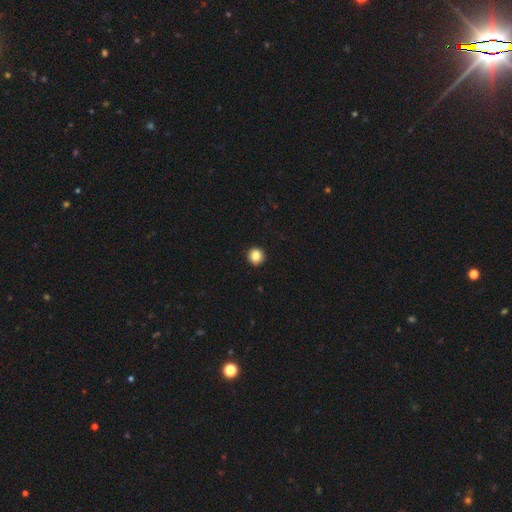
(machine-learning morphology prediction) smooth_or_featured: smooth (p=0.86) [alt: star or artifact p=0.10]
how_rounded: round (p=0.95) [alt: in between p=0.04]
merging: none (p=0.93) [alt: minor disturbance p=0.05]